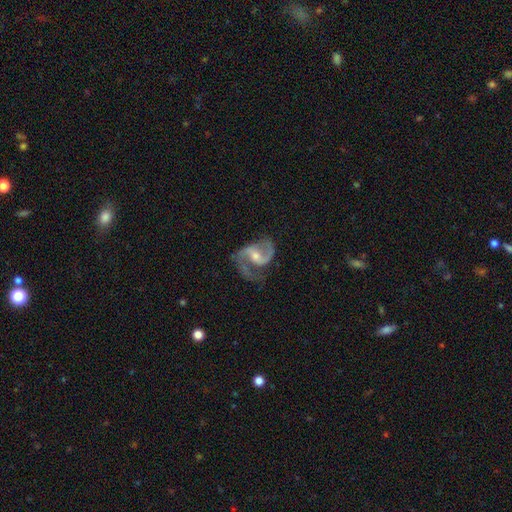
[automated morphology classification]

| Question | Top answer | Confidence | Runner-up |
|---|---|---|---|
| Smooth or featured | featured or disk | 89% | smooth (6%) |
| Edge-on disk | no | 98% | yes (2%) |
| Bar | weak | 48% | no (33%) |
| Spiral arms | yes | 97% | no (3%) |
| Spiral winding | medium | 51% | loose (38%) |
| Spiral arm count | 2 | 90% | 1 (4%) |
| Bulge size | moderate | 52% | small (43%) |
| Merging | none | 62% | minor disturbance (21%) |